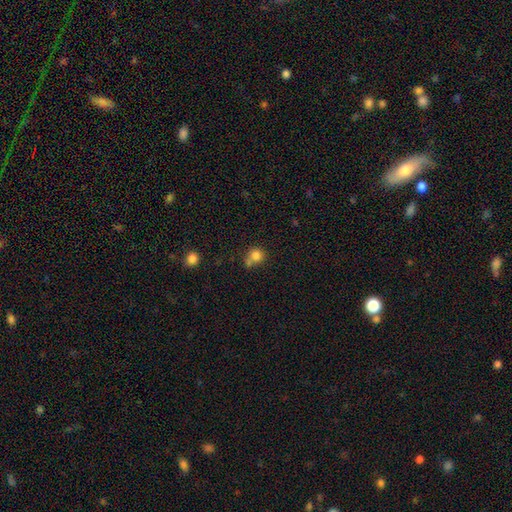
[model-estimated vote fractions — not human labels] This is clearly a smooth galaxy (81%). How rounded: clearly round (86%). Merging: possibly none (51%).